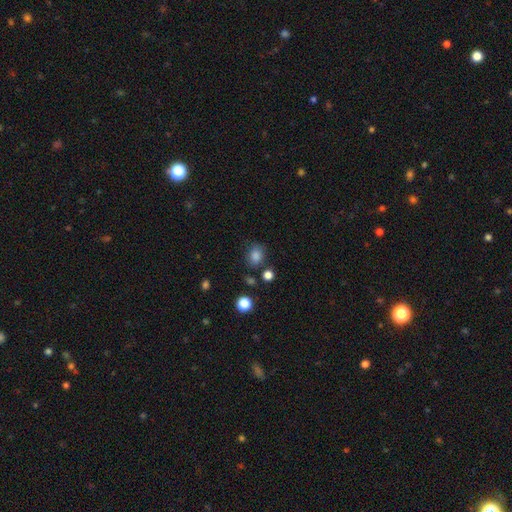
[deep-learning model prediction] This appears to be a smooth galaxy with no disk features (83%) that is round (54%). Merging: none (75%).